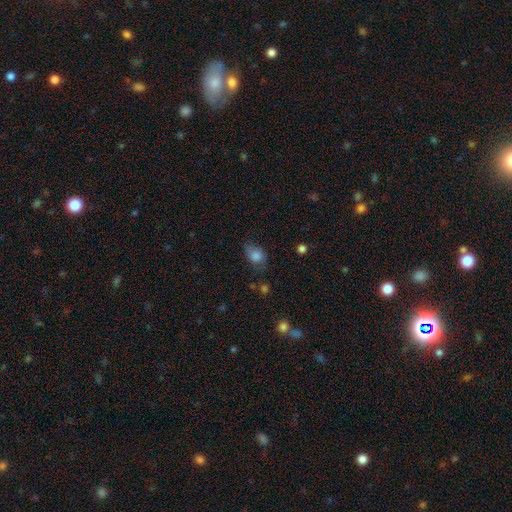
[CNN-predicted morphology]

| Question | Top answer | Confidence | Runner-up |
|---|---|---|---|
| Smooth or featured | smooth | 80% | featured or disk (10%) |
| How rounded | in between | 66% | round (33%) |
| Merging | none | 56% | minor disturbance (30%) |